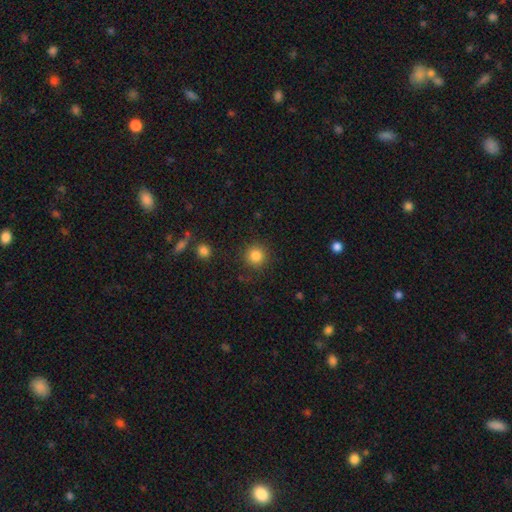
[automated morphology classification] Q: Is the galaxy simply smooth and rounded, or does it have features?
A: smooth — 84%.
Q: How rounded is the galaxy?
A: round — 94%.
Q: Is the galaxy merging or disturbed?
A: none — 87%.